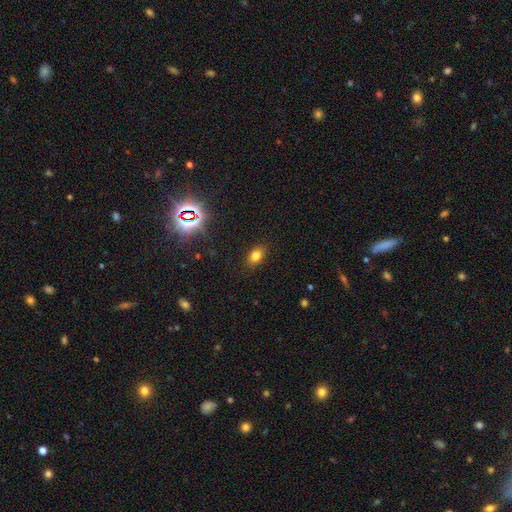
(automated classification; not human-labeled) Q: Smooth or featured?
A: smooth (76%); runner-up: star or artifact (16%)
Q: How rounded?
A: in between (78%); runner-up: round (20%)
Q: Merging?
A: none (87%); runner-up: minor disturbance (9%)